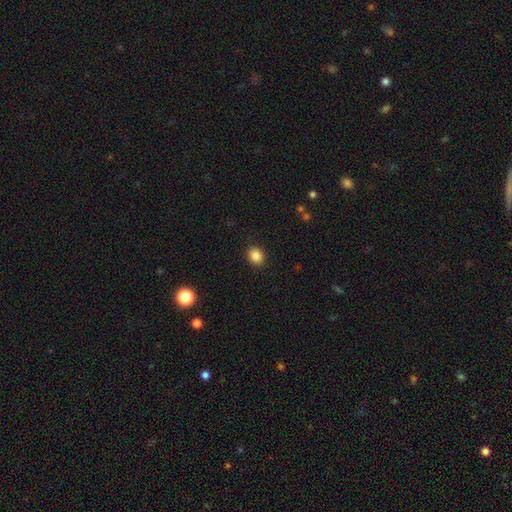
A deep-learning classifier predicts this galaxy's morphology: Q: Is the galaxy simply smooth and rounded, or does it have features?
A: smooth — 86%.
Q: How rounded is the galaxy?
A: round — 64%.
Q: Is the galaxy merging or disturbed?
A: none — 90%.